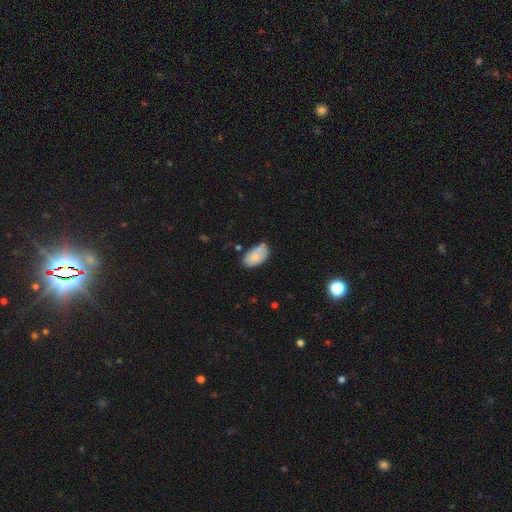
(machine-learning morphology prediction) This is likely a smooth galaxy (74%). How rounded: clearly in between (94%). Merging: likely none (63%).